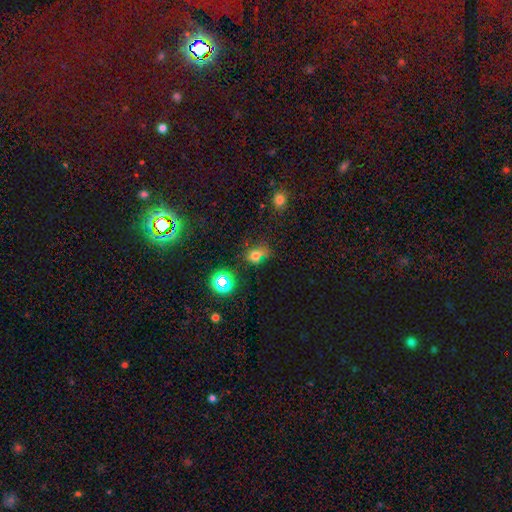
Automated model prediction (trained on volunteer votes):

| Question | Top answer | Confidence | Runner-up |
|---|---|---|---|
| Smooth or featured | smooth | 63% | star or artifact (27%) |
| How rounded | in between | 50% | round (48%) |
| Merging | none | 54% | minor disturbance (22%) |